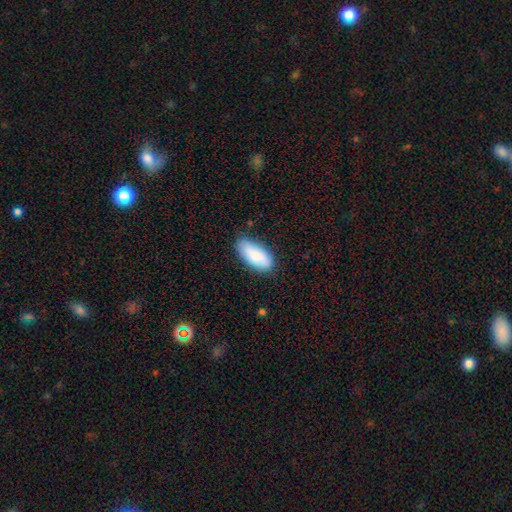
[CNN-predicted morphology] The model was most divided on "merging": none: 80%, minor disturbance: 16%, major disturbance: 3%, merger: 1%. More confident: how rounded — in between (89%); smooth or featured — smooth (86%).